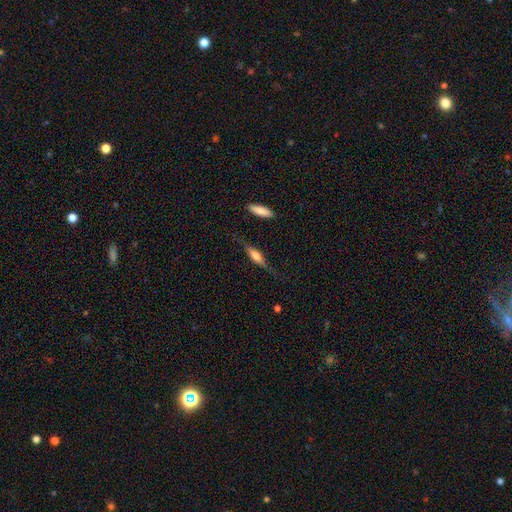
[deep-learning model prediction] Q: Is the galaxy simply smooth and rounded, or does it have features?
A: featured or disk — 63%.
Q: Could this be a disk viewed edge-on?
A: yes — 95%.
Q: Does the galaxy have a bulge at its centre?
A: rounded — 76%.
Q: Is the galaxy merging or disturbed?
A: none — 75%.